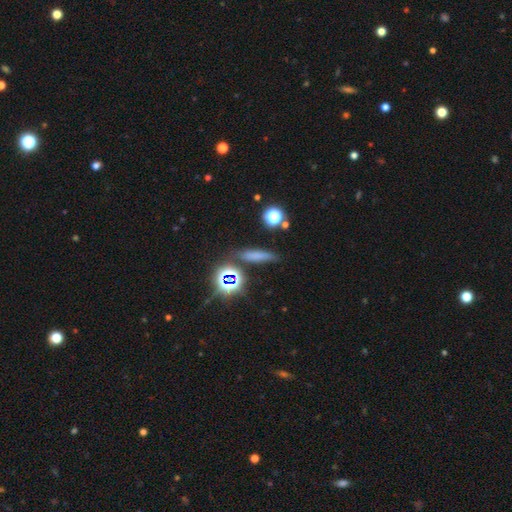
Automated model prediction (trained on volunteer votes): Morphology: type=smooth (62%); roundness=cigar-shaped (77%); merging=none (79%).